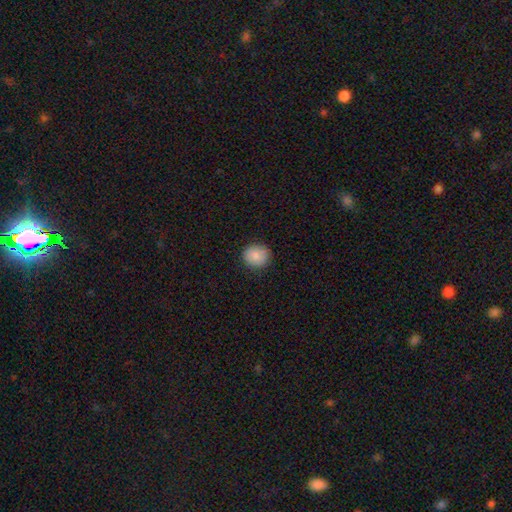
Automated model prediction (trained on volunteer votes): Smooth or featured? smooth (86%)
How rounded? round (86%)
Merging? none (89%)